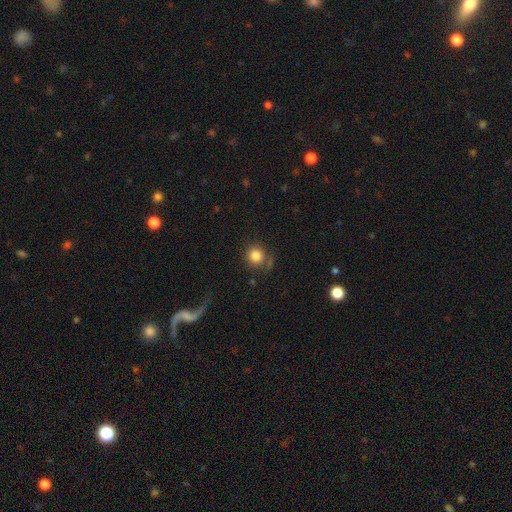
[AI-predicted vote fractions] Q: Smooth or featured?
A: smooth (83%); runner-up: star or artifact (10%)
Q: How rounded?
A: round (90%); runner-up: in between (9%)
Q: Merging?
A: none (72%); runner-up: minor disturbance (14%)